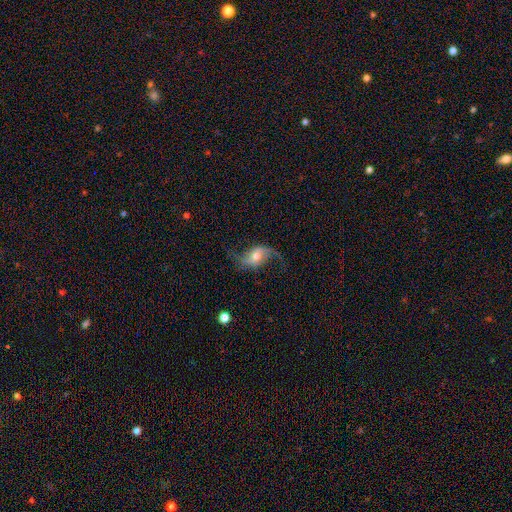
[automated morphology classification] This appears to be a featured or disk galaxy (84%) with a weak bar (40%, tied with no), 2 (93%) loose (86%) spiral arms (96%) and a moderate central bulge (61%). Merging: none (74%).